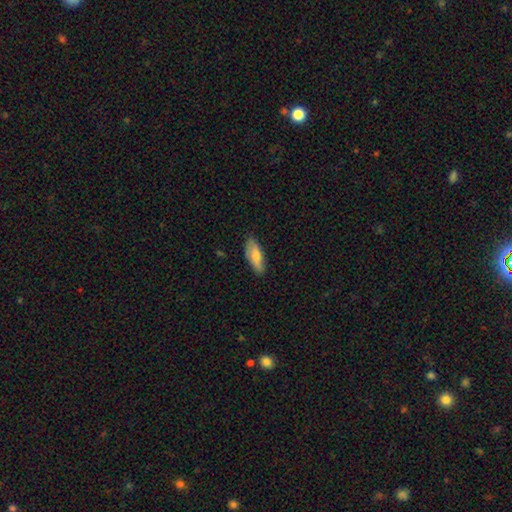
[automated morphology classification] This is likely a smooth galaxy (72%). How rounded: likely in between (67%). Merging: clearly none (81%).